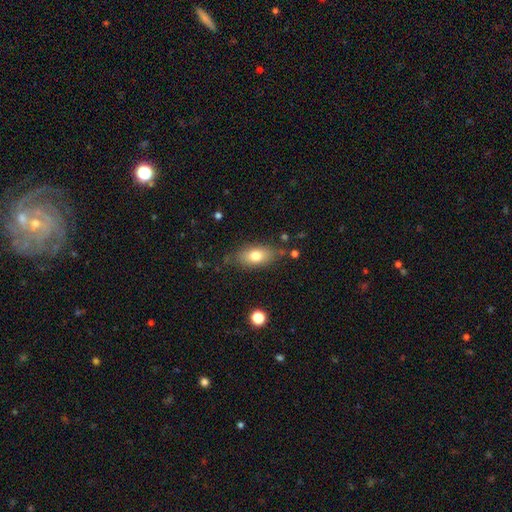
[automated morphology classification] smooth_or_featured: smooth (p=0.76) [alt: featured or disk p=0.17]
how_rounded: in between (p=0.85) [alt: cigar-shaped p=0.08]
merging: none (p=0.74) [alt: minor disturbance p=0.18]